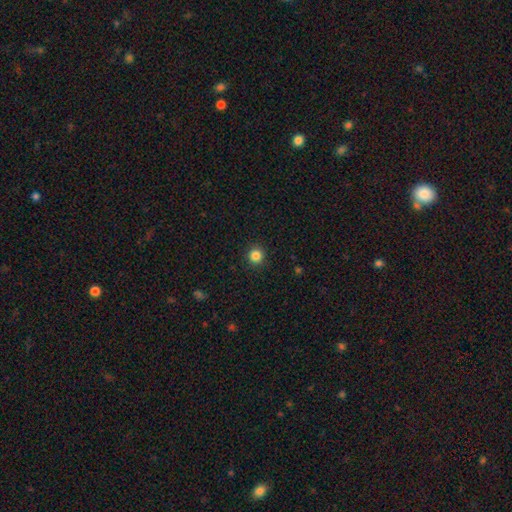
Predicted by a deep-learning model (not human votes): This is clearly a smooth galaxy (84%). How rounded: clearly round (94%). Merging: clearly none (92%).